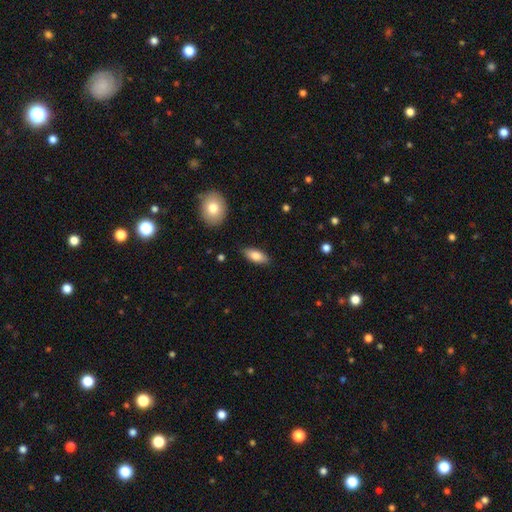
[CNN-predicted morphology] Overall: smooth (80%). How rounded: in between (83%). Merging: none (86%).